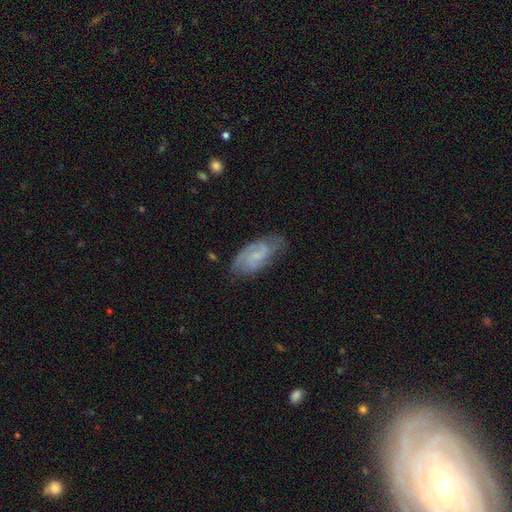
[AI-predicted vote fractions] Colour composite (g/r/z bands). It shows a featured or disk galaxy (70%) with a weak bar (50%), 2 (66%) medium (47%) spiral arms (92%) and a small central bulge (59%). Merging: none (70%).